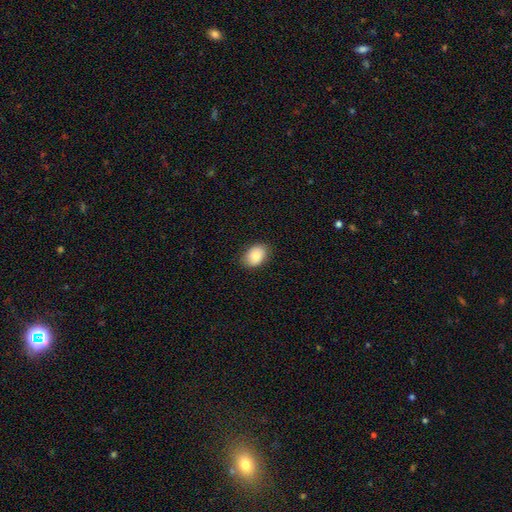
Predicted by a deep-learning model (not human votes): This is clearly a smooth galaxy (85%). How rounded: likely in between (78%). Merging: clearly none (85%).